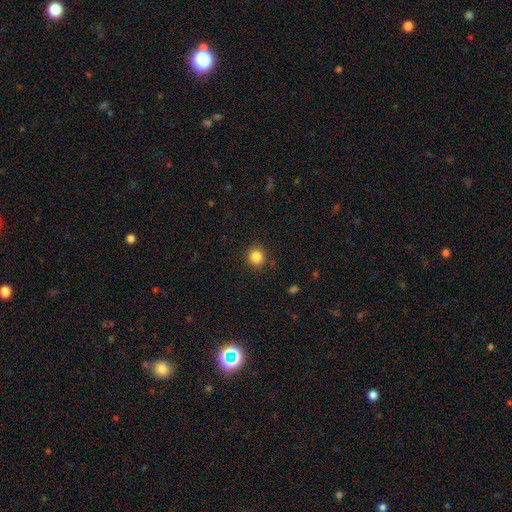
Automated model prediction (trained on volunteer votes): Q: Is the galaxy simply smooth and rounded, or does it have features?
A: smooth — 85%.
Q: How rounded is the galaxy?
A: round — 89%.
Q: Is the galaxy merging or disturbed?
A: none — 89%.